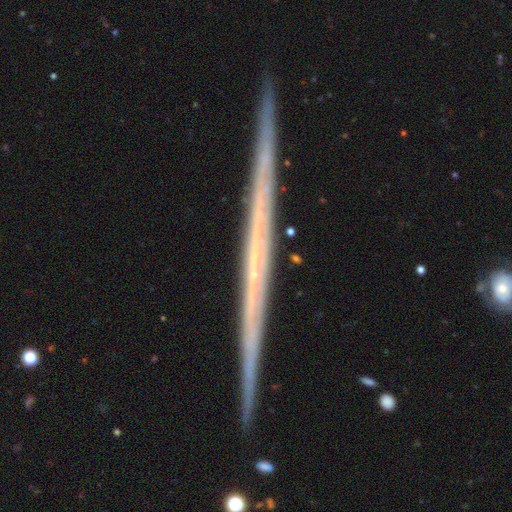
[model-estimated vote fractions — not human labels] Smooth or featured? Predicted: featured or disk (p=0.75). Edge-on disk? Predicted: yes (p=0.98). Edge-on bulge? Predicted: none (p=0.91). Merging? Predicted: none (p=0.91).